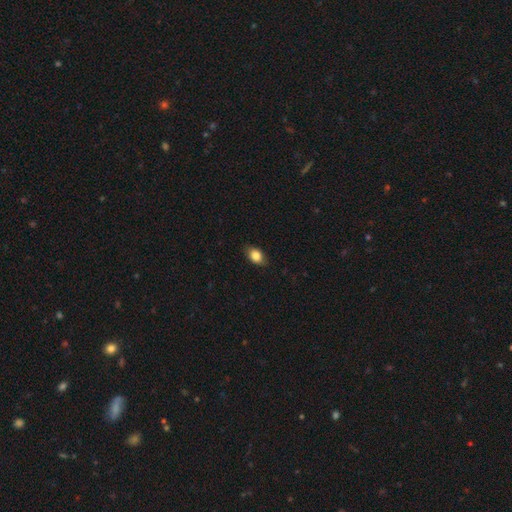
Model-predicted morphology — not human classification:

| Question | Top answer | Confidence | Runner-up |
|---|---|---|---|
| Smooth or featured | smooth | 83% | featured or disk (8%) |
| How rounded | in between | 81% | round (17%) |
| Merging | none | 82% | minor disturbance (15%) |